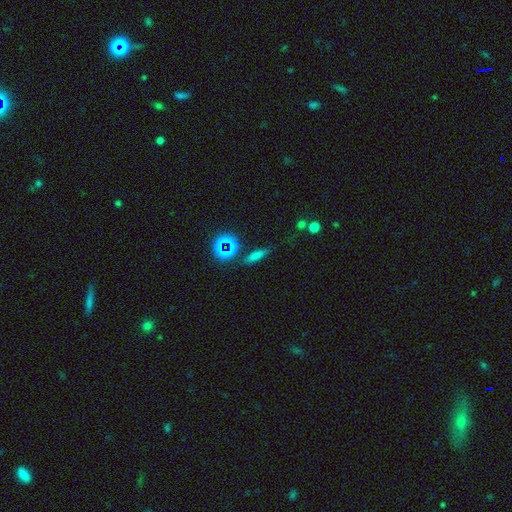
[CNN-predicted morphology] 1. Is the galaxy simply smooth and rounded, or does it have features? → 65% smooth, 20% star or artifact, 15% featured or disk.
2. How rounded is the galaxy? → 65% cigar-shaped, 25% in between, 9% round.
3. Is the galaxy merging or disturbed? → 77% none, 13% minor disturbance, 6% merger, 5% major disturbance.